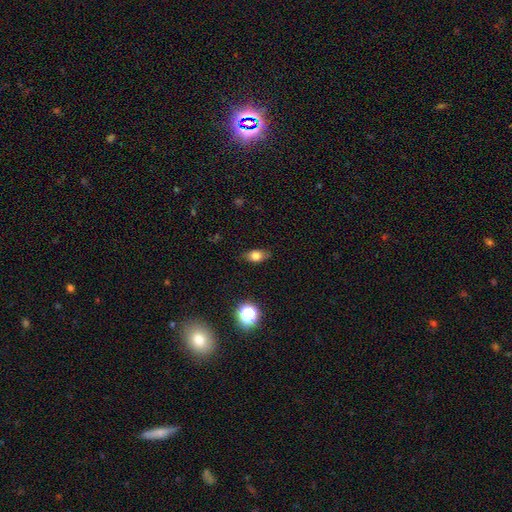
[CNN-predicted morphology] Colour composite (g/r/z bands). It shows a smooth galaxy with no disk features (76%) that is in between round and cigar-shaped (79%). Merging: none (79%).